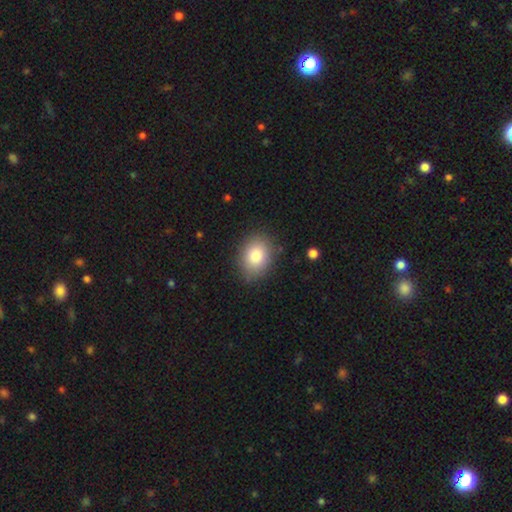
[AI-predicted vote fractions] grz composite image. It shows a smooth galaxy with no disk features (83%) that is in between round and cigar-shaped (67%). Merging: none (84%).